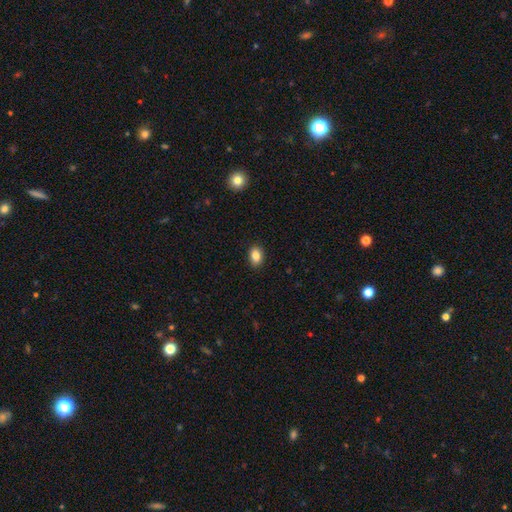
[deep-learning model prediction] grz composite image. It shows a smooth galaxy with no disk features (85%) that is in between round and cigar-shaped (79%). Merging: none (89%).